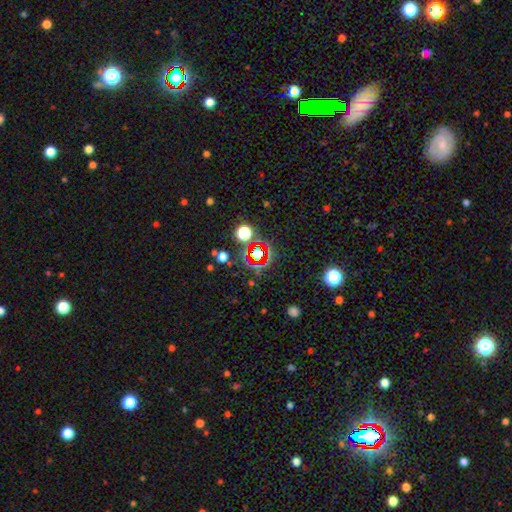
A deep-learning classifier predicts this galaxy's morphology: type=star or artifact (65%).